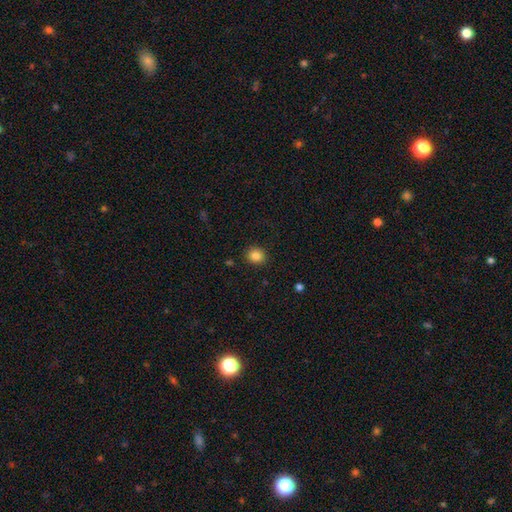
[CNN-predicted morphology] A smooth galaxy with no disk features (85%) that is round (82%). Merging: none (90%).